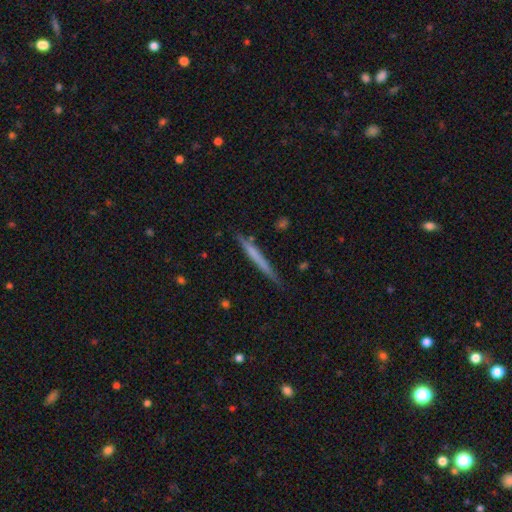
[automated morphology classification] The model was most divided on "smooth or featured": smooth: 54%, featured or disk: 41%, star or artifact: 6%. More confident: how rounded — cigar-shaped (97%); merging — none (82%).